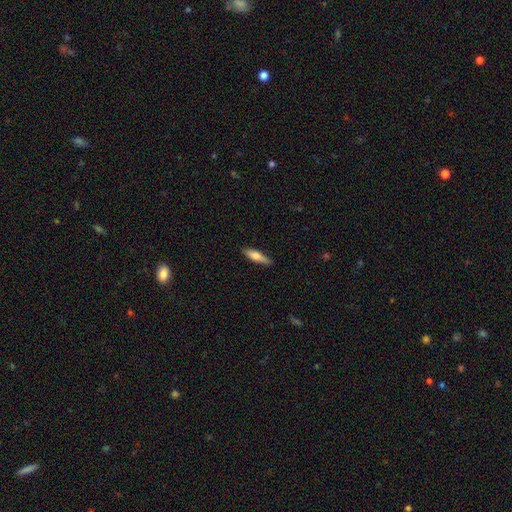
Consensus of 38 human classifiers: A smooth galaxy with no disk features (68%) that is cigar-shaped (65%).

Vote fractions:
- Smooth or featured? smooth: 68% / featured or disk: 32% / star or artifact: 0%
- How rounded? cigar-shaped: 65% / in between: 31% / round: 4%
- Merging? none: 87% / minor disturbance: 11% / major disturbance: 3% / merger: 0%